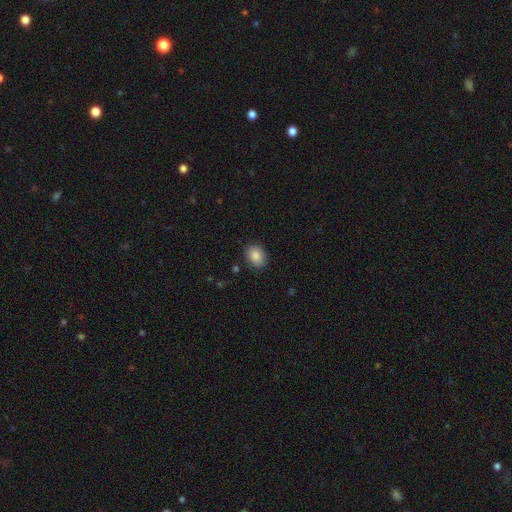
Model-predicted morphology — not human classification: Overall: smooth (87%). How rounded: in between (69%; round 30%). Merging: none (86%).